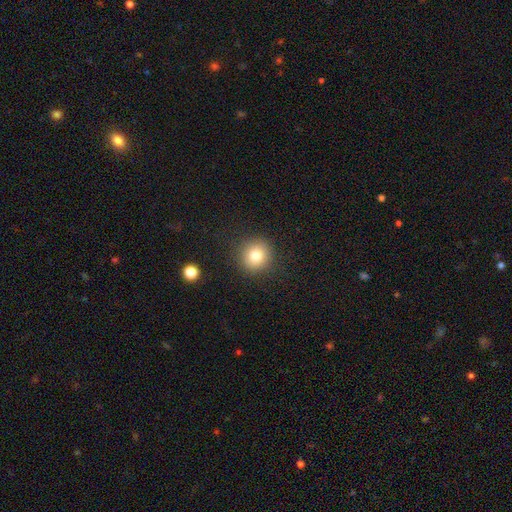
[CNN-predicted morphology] smooth 78%, star or artifact 12%, featured or disk 10%. Down the decision tree: how rounded — round (93%); merging — none (90%).